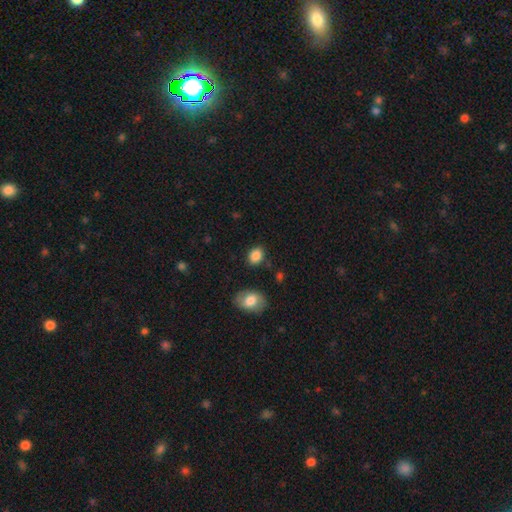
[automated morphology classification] smooth_or_featured: smooth (p=0.87) [alt: star or artifact p=0.09]
how_rounded: in between (p=0.63) [alt: round p=0.36]
merging: none (p=0.82) [alt: minor disturbance p=0.12]